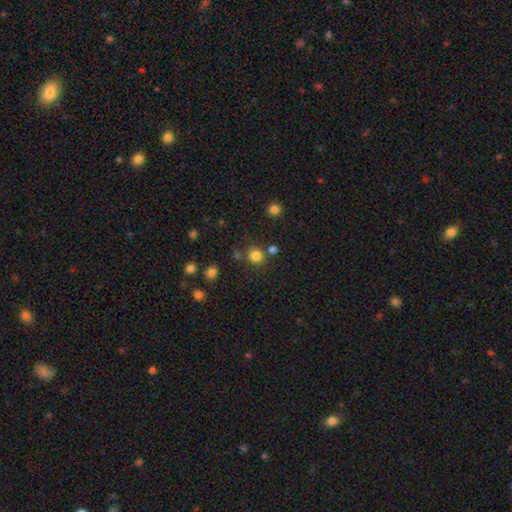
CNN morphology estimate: The model was most divided on "smooth or featured": smooth: 80%, star or artifact: 15%, featured or disk: 5%. More confident: how rounded — round (90%); merging — none (77%).